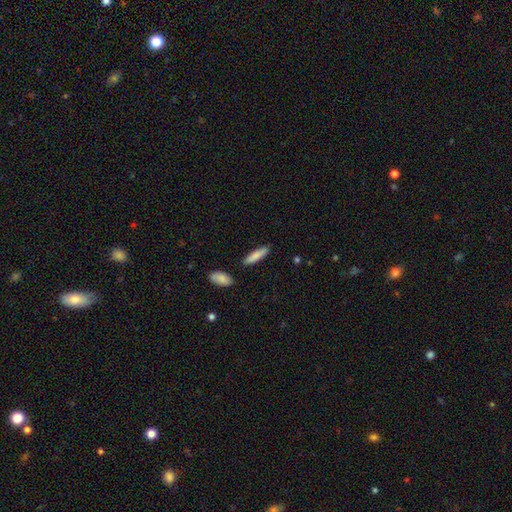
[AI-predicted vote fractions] Smooth or featured? Predicted: smooth (p=0.83). How rounded? Predicted: cigar-shaped (p=0.72). Merging? Predicted: none (p=0.86).